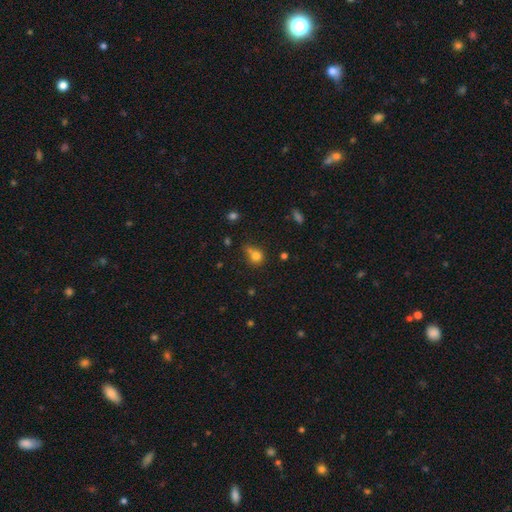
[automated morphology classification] Overall: smooth (77%). How rounded: round (81%). Merging: none (49%; merger 27%).